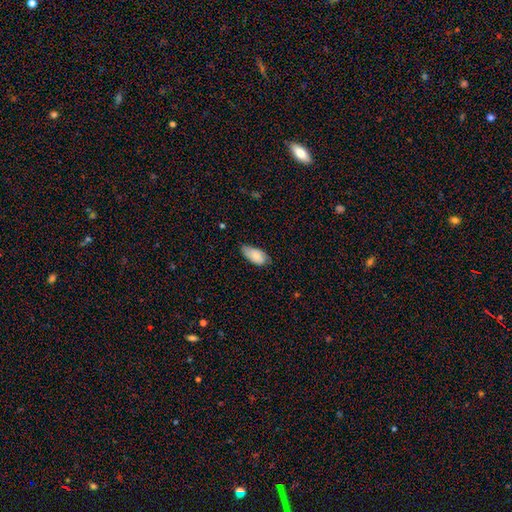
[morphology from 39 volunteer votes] smooth_or_featured: smooth (p=0.79) [alt: featured or disk p=0.15]
how_rounded: in between (p=1.00)
merging: none (p=0.78) [alt: minor disturbance p=0.16]